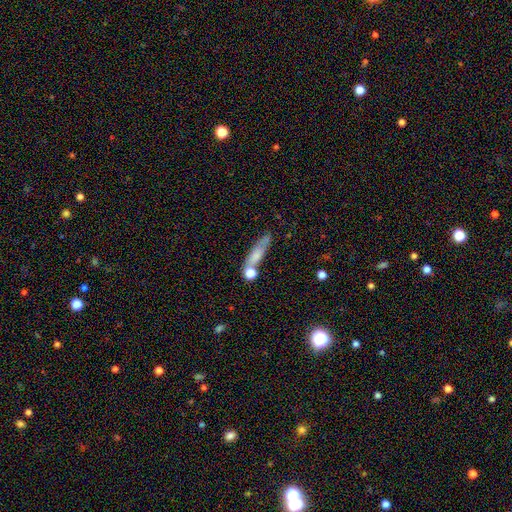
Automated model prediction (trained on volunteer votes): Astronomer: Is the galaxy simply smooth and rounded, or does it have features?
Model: smooth — 66%.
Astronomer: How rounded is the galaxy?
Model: cigar-shaped — 71%.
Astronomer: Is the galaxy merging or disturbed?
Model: none — 56%.